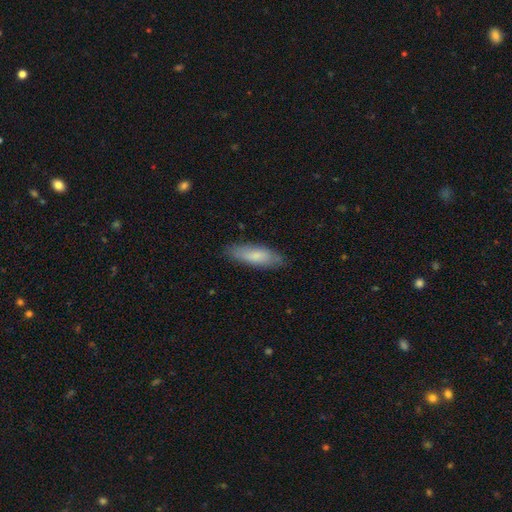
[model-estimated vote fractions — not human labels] Smooth or featured? smooth (77%)
How rounded? in between (50%)
Merging? none (83%)